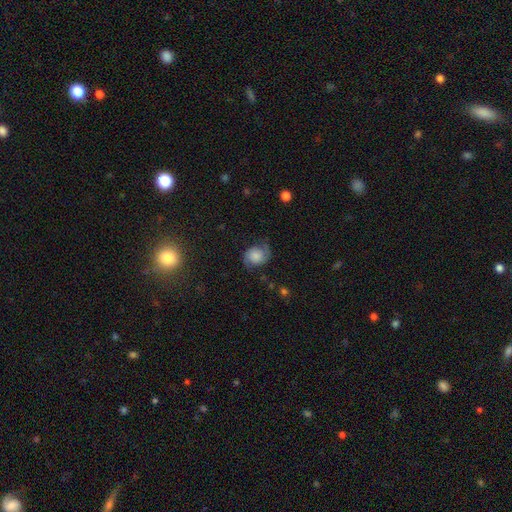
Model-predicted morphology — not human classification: Overall: featured or disk (56%; smooth 34%). Edge-on disk: no (97%). Bar: no (74%). Spiral arms: yes (92%). Bulge size: small (27%; none 23%). Merging: none (67%).